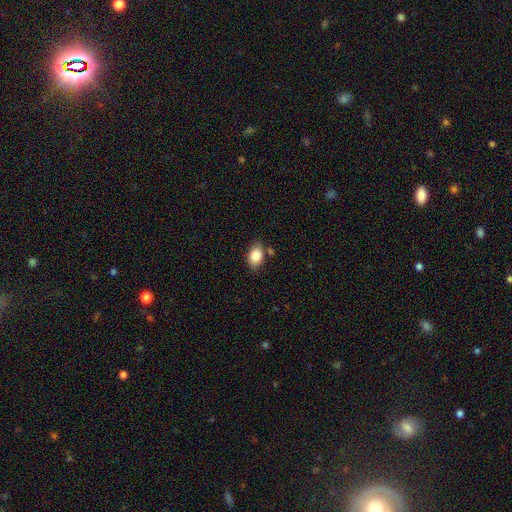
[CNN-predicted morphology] A smooth galaxy with no disk features (85%) that is in between round and cigar-shaped (83%). Merging: none (78%).